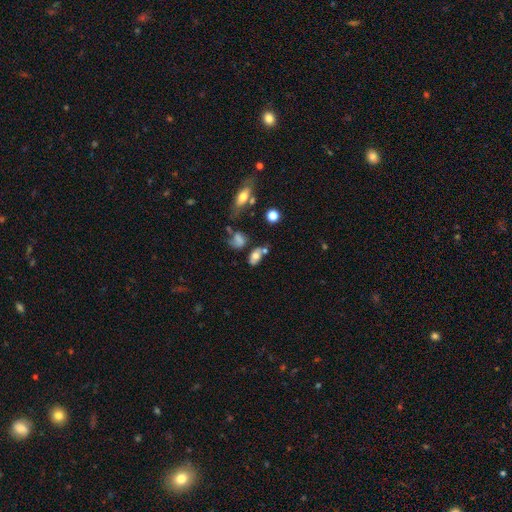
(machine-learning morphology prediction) The model was most divided on "merging": none: 38%, merger: 24%, minor disturbance: 22%, major disturbance: 16%. More confident: how rounded — in between (79%); smooth or featured — smooth (68%).